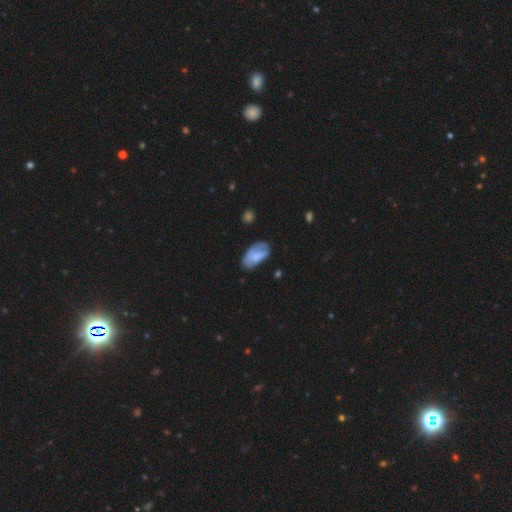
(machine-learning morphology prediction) Q: Smooth or featured?
A: smooth (66%); runner-up: featured or disk (27%)
Q: How rounded?
A: in between (93%); runner-up: cigar-shaped (4%)
Q: Merging?
A: none (47%); runner-up: minor disturbance (35%)